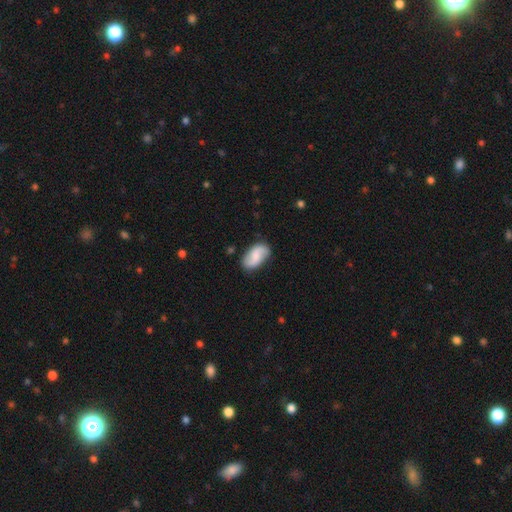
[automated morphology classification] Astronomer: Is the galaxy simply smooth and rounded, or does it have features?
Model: featured or disk — 49% (runner-up: smooth, 43%).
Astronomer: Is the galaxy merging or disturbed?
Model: none — 78%.